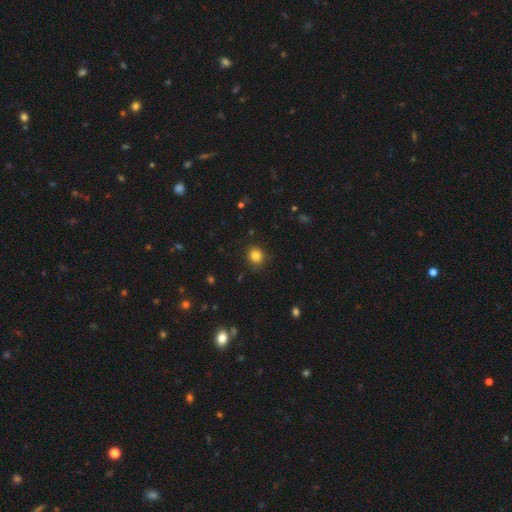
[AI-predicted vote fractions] This appears to be a smooth galaxy with no disk features (83%) that is round (76%). Merging: none (87%).